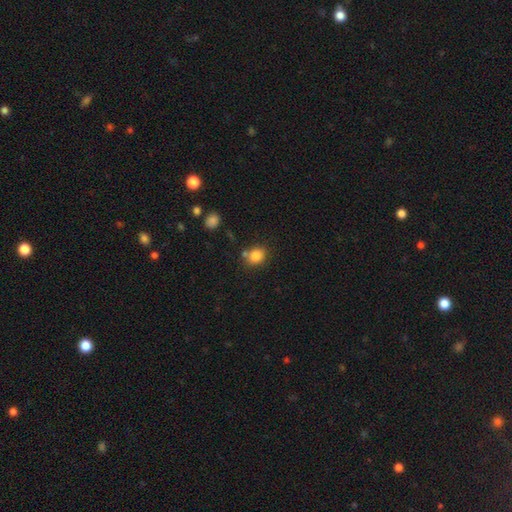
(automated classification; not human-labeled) A smooth galaxy with no disk features (83%) that is round (64%).

Vote fractions:
- Smooth or featured? smooth: 83% / star or artifact: 11% / featured or disk: 6%
- How rounded? round: 64% / in between: 35% / cigar-shaped: 1%
- Merging? none: 71% / minor disturbance: 13% / merger: 12% / major disturbance: 4%